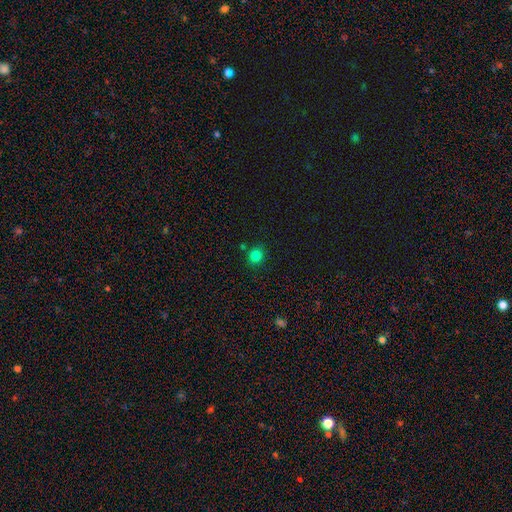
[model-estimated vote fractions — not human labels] Smooth or featured: smooth — 82% (star or artifact — 14%)
How rounded: round — 84% (in between — 15%)
Merging: none — 80% (minor disturbance — 10%)